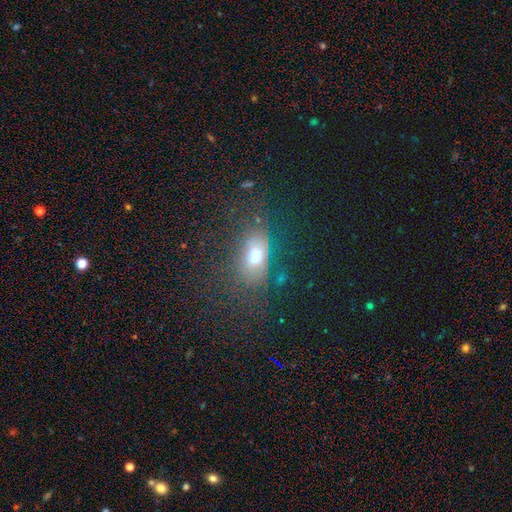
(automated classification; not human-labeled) A smooth galaxy with no disk features (65%) that is in between round and cigar-shaped (75%). Merging: none (66%).